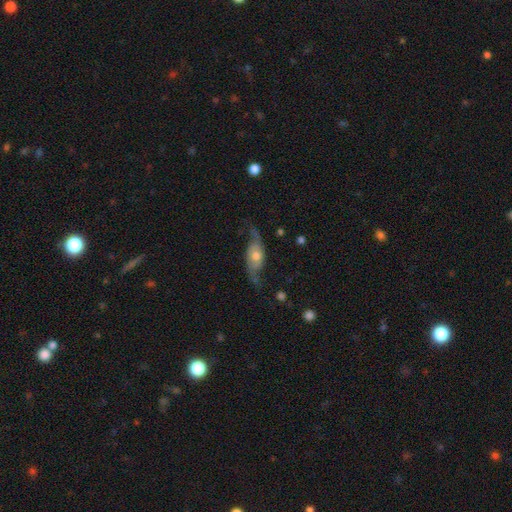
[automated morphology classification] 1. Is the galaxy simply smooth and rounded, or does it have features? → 75% featured or disk, 18% smooth, 7% star or artifact.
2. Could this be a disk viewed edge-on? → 88% no, 12% yes.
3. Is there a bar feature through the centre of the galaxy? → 70% no, 24% weak, 6% strong.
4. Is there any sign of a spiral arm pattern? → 90% yes, 10% no.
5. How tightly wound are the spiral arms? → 72% loose, 21% medium, 7% tight.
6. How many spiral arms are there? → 89% 2, 5% can't tell, 3% 1, 1% 3, 1% 4, 1% more than 4.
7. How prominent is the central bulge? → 64% moderate, 24% small, 8% large, 2% none, 2% dominant.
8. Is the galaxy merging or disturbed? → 62% none, 21% minor disturbance, 14% major disturbance, 2% merger.